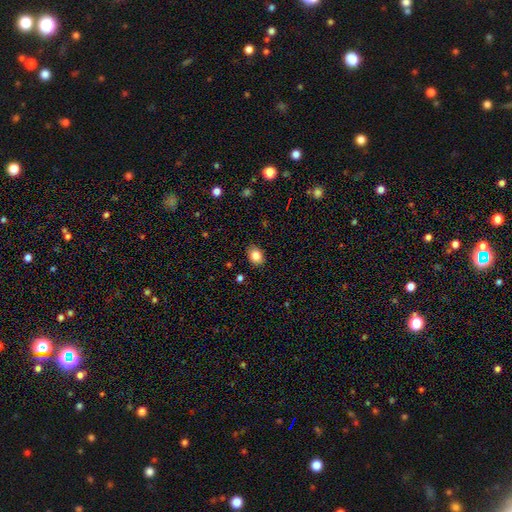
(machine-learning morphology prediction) Smooth or featured: smooth — 85% (star or artifact — 9%)
How rounded: in between — 59% (round — 40%)
Merging: none — 84% (minor disturbance — 12%)